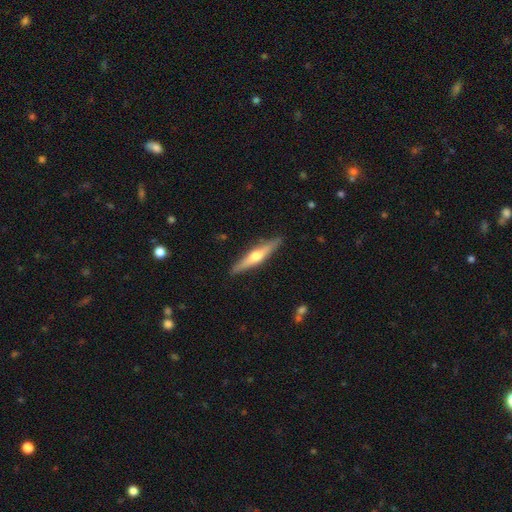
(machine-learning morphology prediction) A featured or disk galaxy (58%) viewed edge-on (95%) with a rounded central bulge (89%).

Vote fractions:
- Smooth or featured? featured or disk: 58% / smooth: 37% / star or artifact: 5%
- Edge-on disk? yes: 95% / no: 5%
- Edge-on bulge? rounded: 89% / none: 6% / boxy: 5%
- Merging? none: 88% / minor disturbance: 9% / major disturbance: 2% / merger: 1%